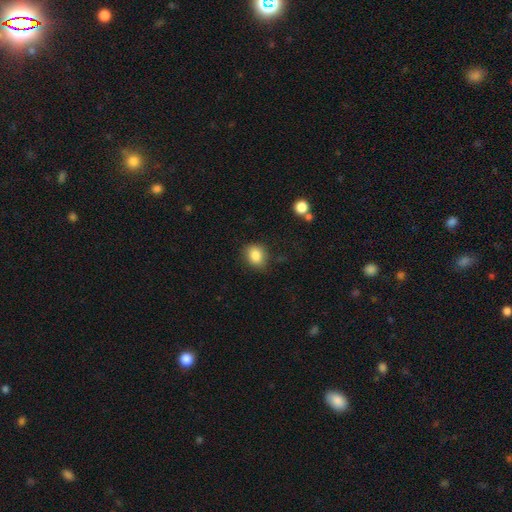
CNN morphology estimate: smooth_or_featured: smooth (p=0.85) [alt: star or artifact p=0.09]
how_rounded: round (p=0.56) [alt: in between p=0.43]
merging: none (p=0.78) [alt: minor disturbance p=0.17]